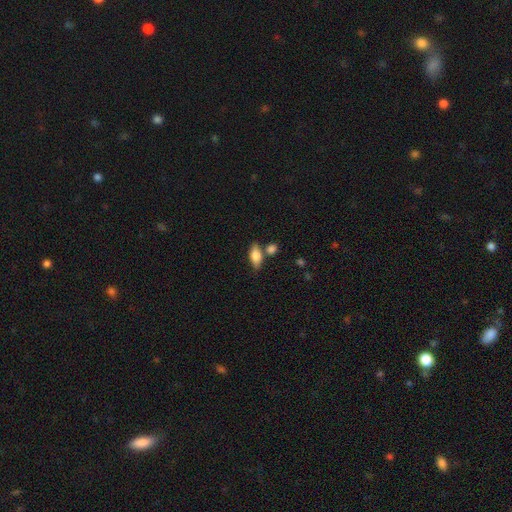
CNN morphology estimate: smooth_or_featured: smooth (p=0.77) [alt: featured or disk p=0.16]
how_rounded: in between (p=0.81) [alt: cigar-shaped p=0.13]
merging: none (p=0.67) [alt: merger p=0.16]